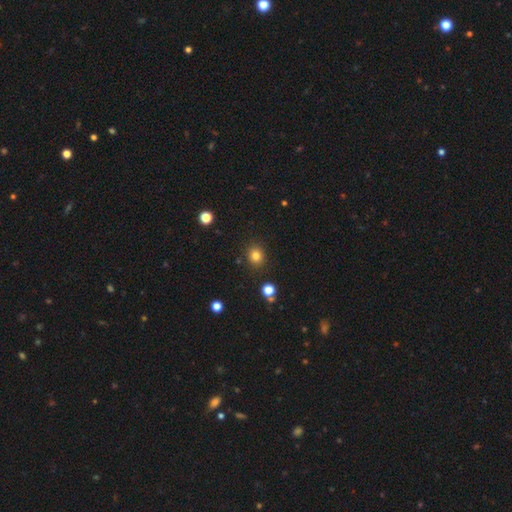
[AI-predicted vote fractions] Smooth or featured?
  - smooth: 81% *
  - star or artifact: 14%
  - featured or disk: 6%
How rounded?
  - round: 81% *
  - in between: 19%
  - cigar-shaped: 1%
Merging?
  - none: 87% *
  - minor disturbance: 8%
  - merger: 3%
  - major disturbance: 3%